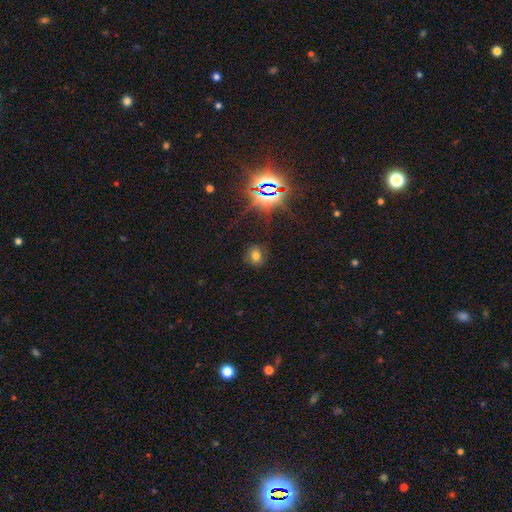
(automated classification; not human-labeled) This appears to be a smooth galaxy with no disk features (63%) that is round (70%). Merging: none (84%).